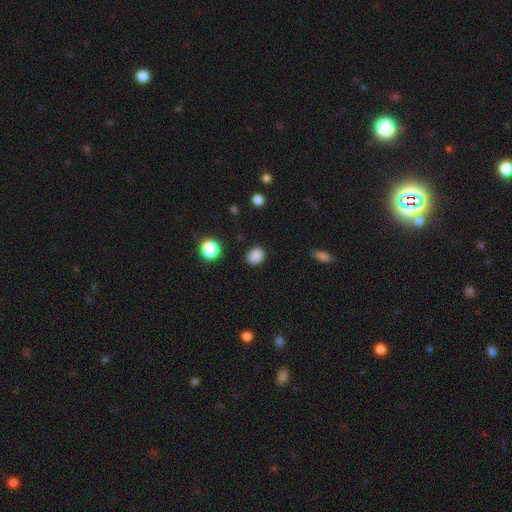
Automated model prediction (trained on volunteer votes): Smooth or featured? smooth (86%)
How rounded? round (56%)
Merging? none (83%)